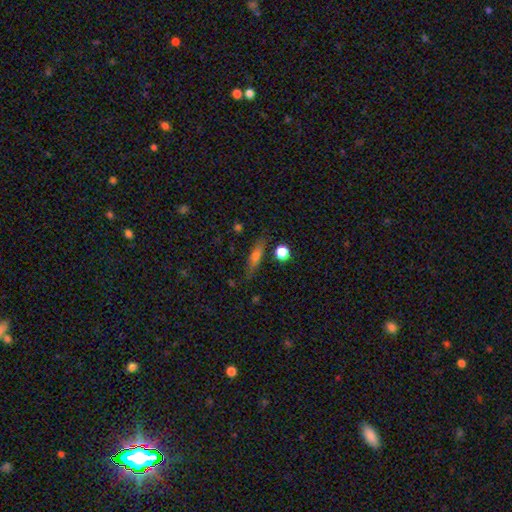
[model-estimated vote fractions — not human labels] Q: Smooth or featured?
A: smooth (59%); runner-up: featured or disk (28%)
Q: How rounded?
A: cigar-shaped (63%); runner-up: in between (30%)
Q: Merging?
A: none (80%); runner-up: minor disturbance (13%)